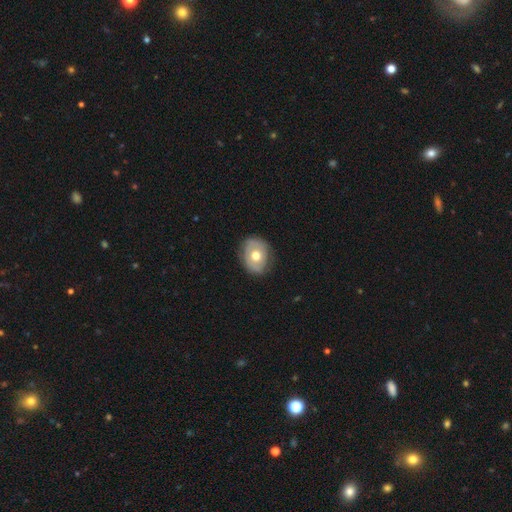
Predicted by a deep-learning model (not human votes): Overall: smooth (49%; featured or disk 44%). Merging: none (76%).